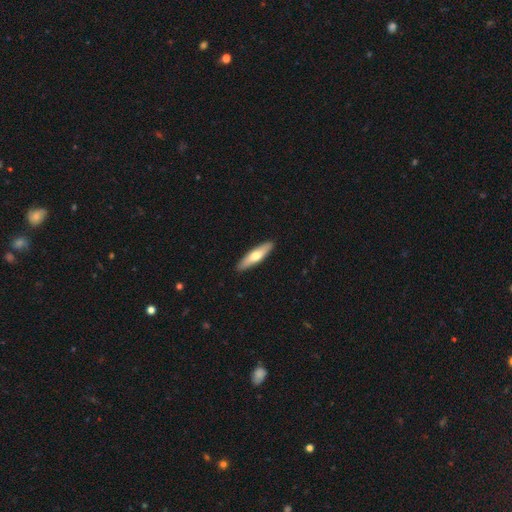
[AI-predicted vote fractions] Smooth or featured: smooth — 59% (featured or disk — 37%)
How rounded: cigar-shaped — 75% (in between — 24%)
Merging: none — 91% (minor disturbance — 6%)